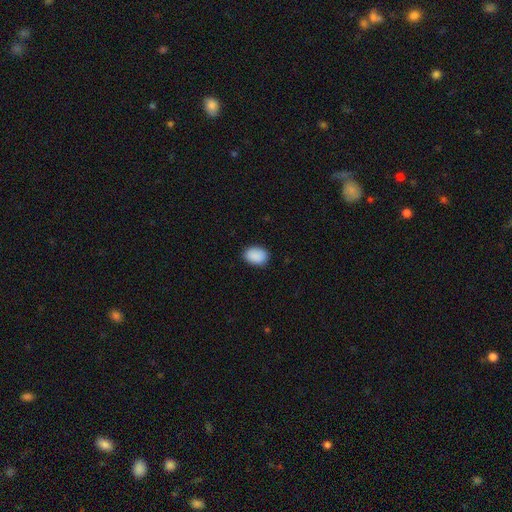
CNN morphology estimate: Overall: smooth (90%). How rounded: in between (77%). Merging: none (87%).